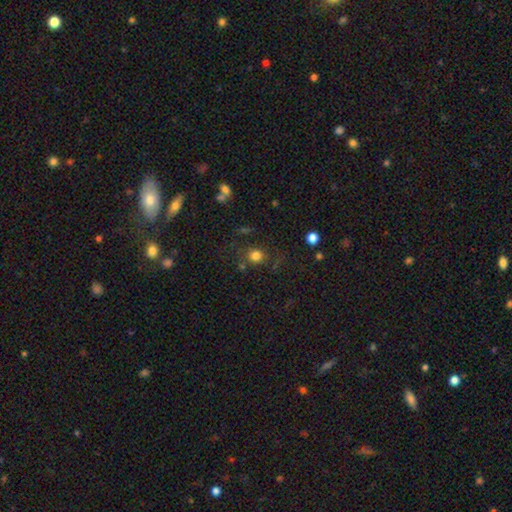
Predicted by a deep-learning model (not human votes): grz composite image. It shows a smooth galaxy with no disk features (79%) that is round (83%). Merging: none (74%).